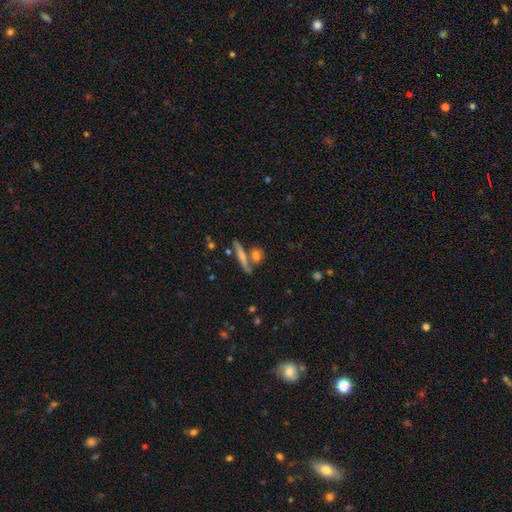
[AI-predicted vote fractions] smooth-or-featured: smooth: 59% | featured or disk: 30% | star or artifact: 11%
  how-rounded: cigar-shaped: 51% | in between: 26% | round: 24%
  merging: none: 63% | merger: 24% | minor disturbance: 10% | major disturbance: 4%